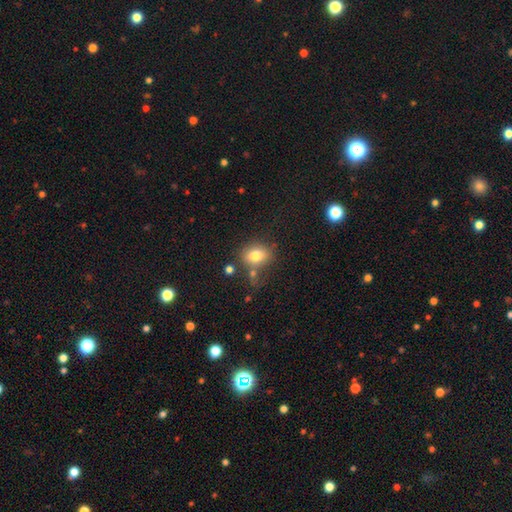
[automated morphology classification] Overall: smooth (79%). How rounded: in between (56%; round 43%). Merging: none (64%).